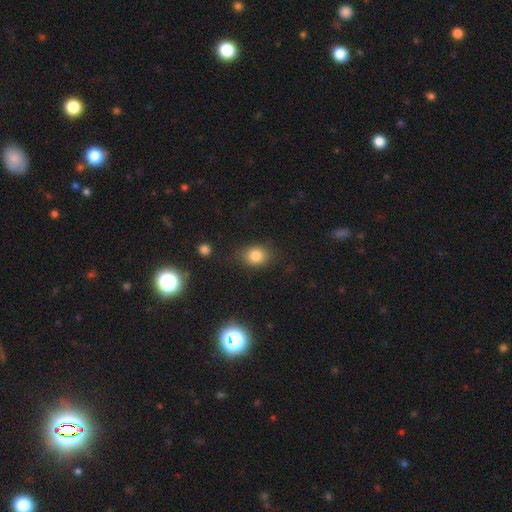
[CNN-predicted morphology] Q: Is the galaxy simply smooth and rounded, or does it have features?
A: smooth — 81%.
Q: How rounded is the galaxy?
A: in between — 54%.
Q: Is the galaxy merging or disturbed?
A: none — 78%.